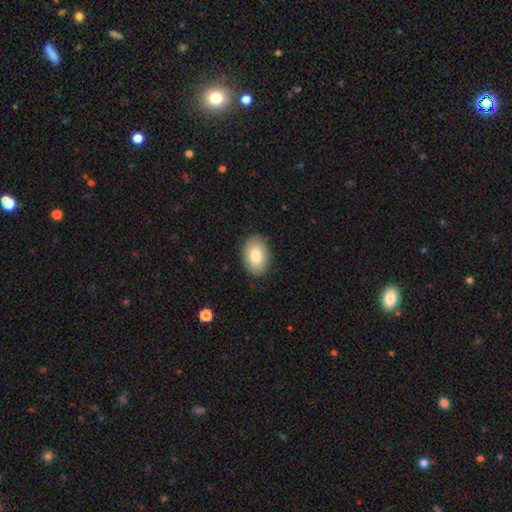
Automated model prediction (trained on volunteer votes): A smooth galaxy with no disk features (81%) that is in between round and cigar-shaped (86%). Merging: none (86%).